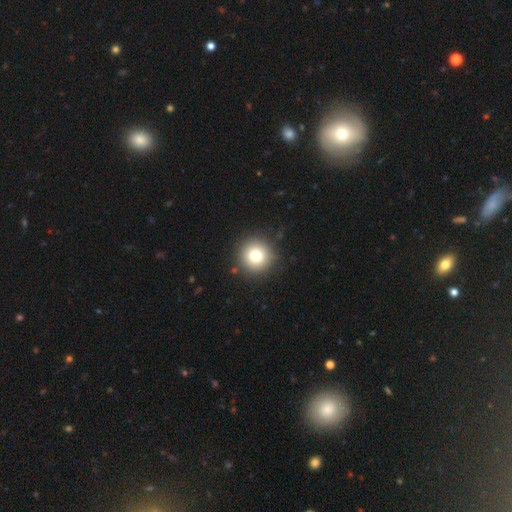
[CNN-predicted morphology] Smooth or featured?
  - smooth: 79% *
  - star or artifact: 11%
  - featured or disk: 10%
How rounded?
  - round: 95% *
  - in between: 4%
  - cigar-shaped: 1%
Merging?
  - none: 91% *
  - minor disturbance: 6%
  - major disturbance: 2%
  - merger: 1%